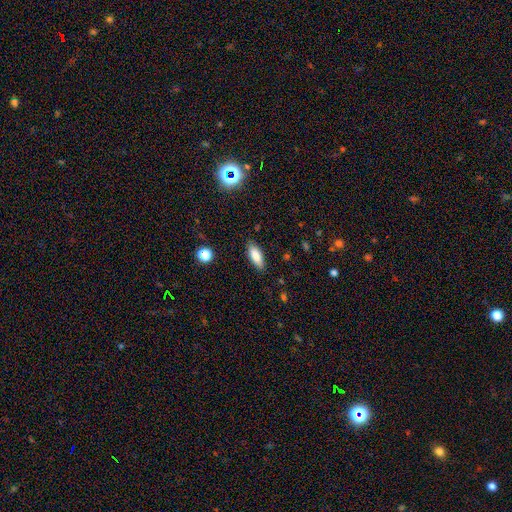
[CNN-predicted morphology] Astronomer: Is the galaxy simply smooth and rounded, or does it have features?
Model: smooth — 83%.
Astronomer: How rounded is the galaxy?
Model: in between — 70%.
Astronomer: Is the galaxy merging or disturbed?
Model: none — 87%.